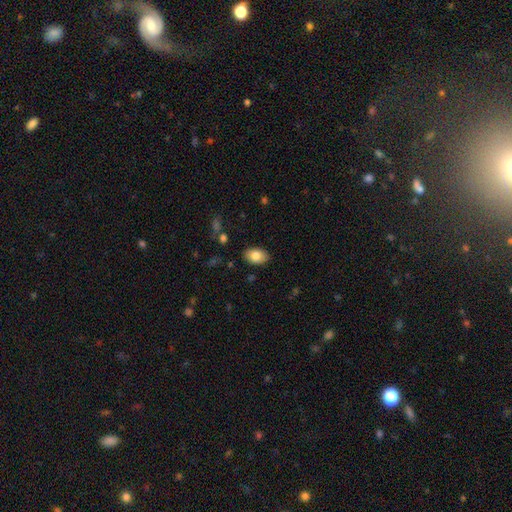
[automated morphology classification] A smooth galaxy with no disk features (82%) that is in between round and cigar-shaped (90%). Merging: none (87%).